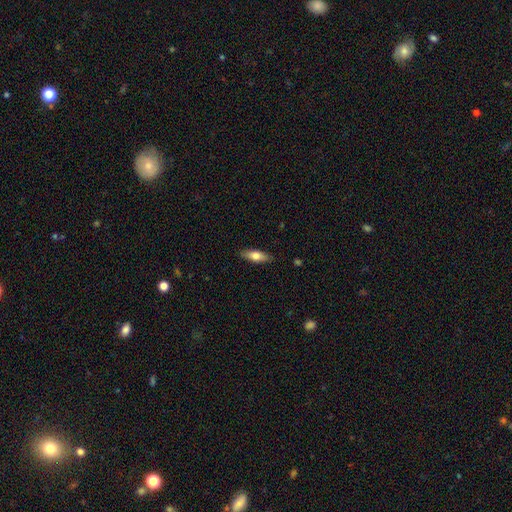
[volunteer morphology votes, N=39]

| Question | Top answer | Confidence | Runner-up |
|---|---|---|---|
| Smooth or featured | smooth | 67% | featured or disk (31%) |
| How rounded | in between | 77% | cigar-shaped (19%) |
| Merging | none | 84% | major disturbance (8%) |